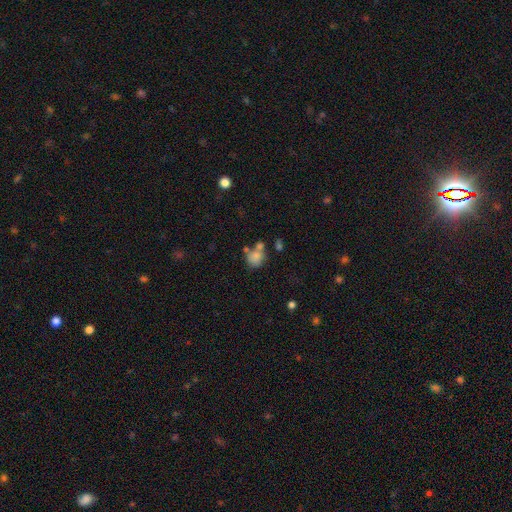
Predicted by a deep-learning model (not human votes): The model was most divided on "merging": none: 47%, merger: 30%, minor disturbance: 15%, major disturbance: 7%. More confident: smooth or featured — smooth (78%); how rounded — round (75%).